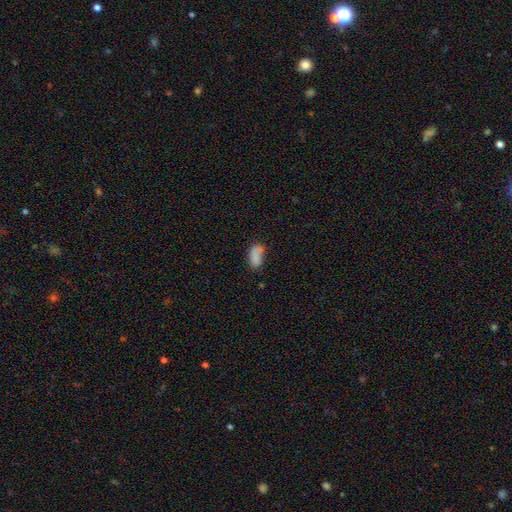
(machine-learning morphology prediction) Smooth or featured: smooth — 79% (featured or disk — 11%)
How rounded: in between — 91% (round — 5%)
Merging: none — 49% (minor disturbance — 26%)